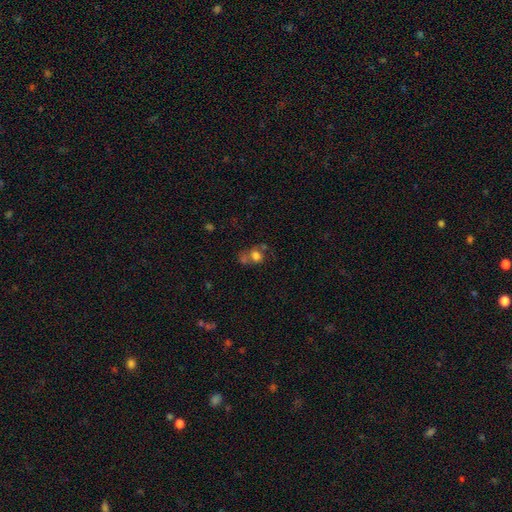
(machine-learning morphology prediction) This appears to be a smooth galaxy with no disk features (67%) that is round (62%). Merging: merger (39%).